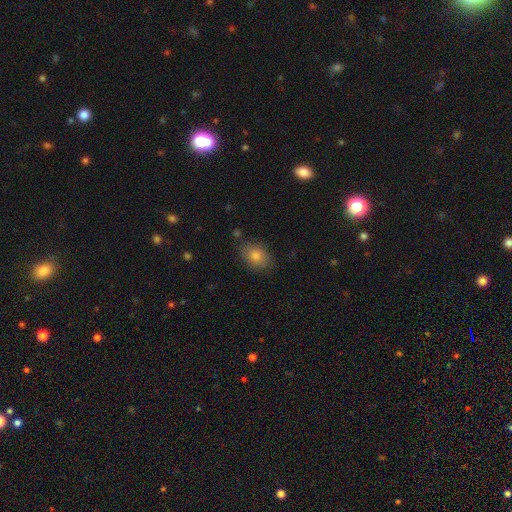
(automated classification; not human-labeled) smooth-or-featured: smooth: 81% | featured or disk: 10% | star or artifact: 9%
  how-rounded: in between: 77% | round: 22% | cigar-shaped: 1%
  merging: none: 80% | minor disturbance: 15% | major disturbance: 3% | merger: 2%